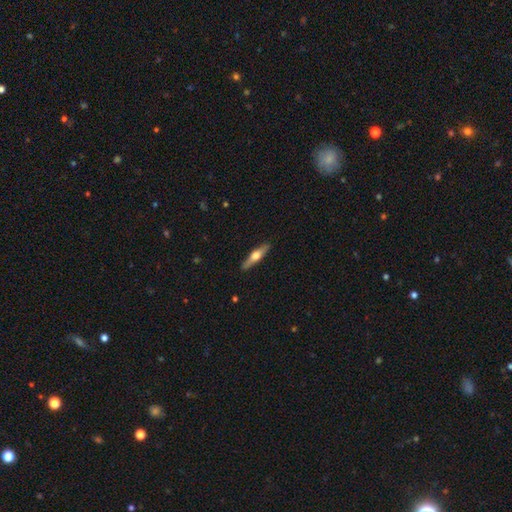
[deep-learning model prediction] This appears to be a featured or disk galaxy (59%) viewed edge-on (95%) with a rounded central bulge (94%). Merging: none (91%).